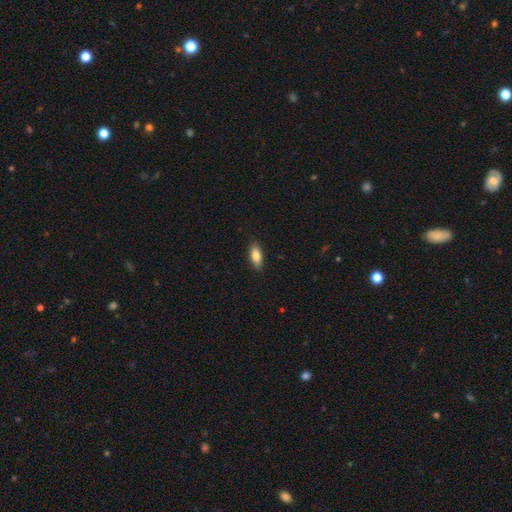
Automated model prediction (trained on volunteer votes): Smooth or featured? smooth (79%)
How rounded? in between (81%)
Merging? none (88%)